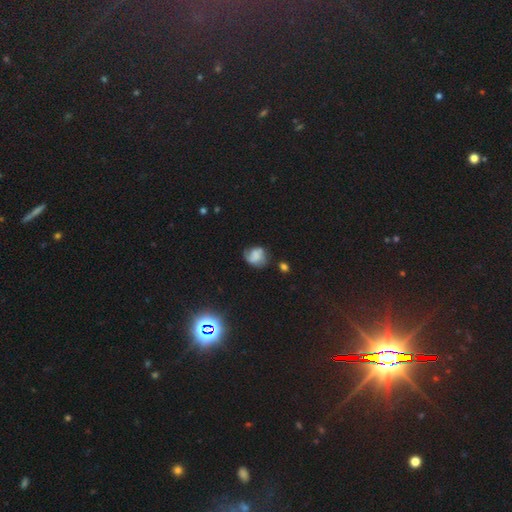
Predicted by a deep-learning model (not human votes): This is possibly a smooth galaxy (51%). How rounded: likely round (60%). Merging: possibly none (51%).